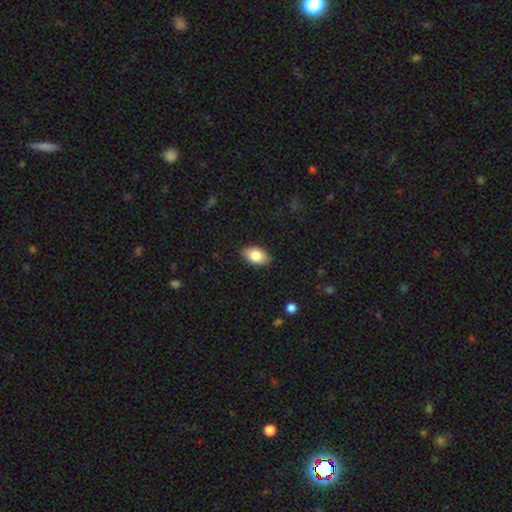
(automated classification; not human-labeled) Overall: smooth (83%). How rounded: in between (91%). Merging: none (86%).